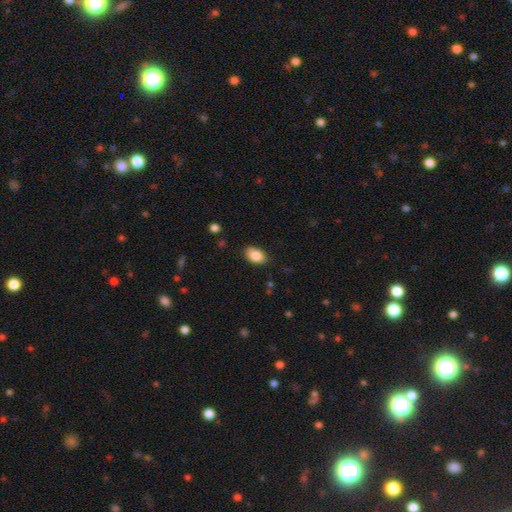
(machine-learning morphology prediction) Smooth or featured? smooth (87%)
How rounded? in between (89%)
Merging? none (83%)